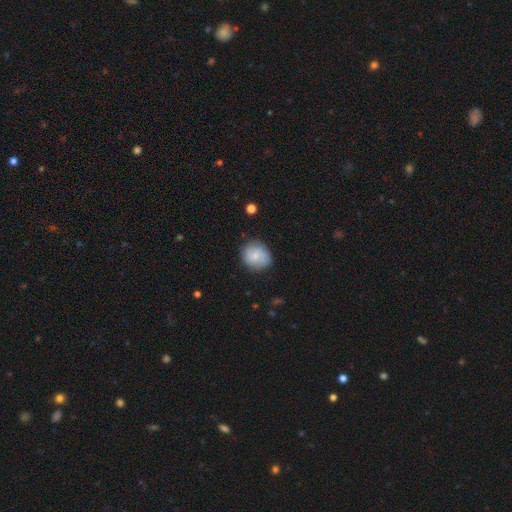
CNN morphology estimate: Overall: smooth (68%). How rounded: round (80%). Merging: none (78%).